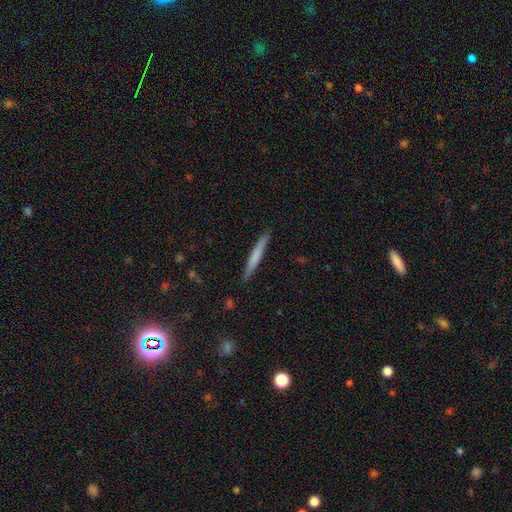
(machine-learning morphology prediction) smooth 64%, featured or disk 30%, star or artifact 6%. Down the decision tree: how rounded — cigar-shaped (96%); merging — none (90%).